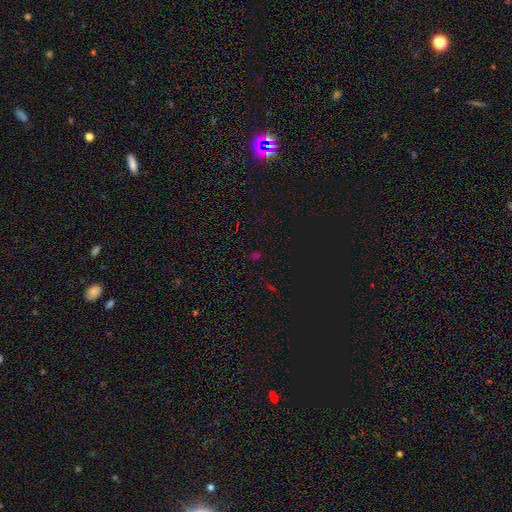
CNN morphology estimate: A star or artifact, not a galaxy (64%).

Vote fractions:
- Smooth or featured? star or artifact: 64% / smooth: 29% / featured or disk: 7%